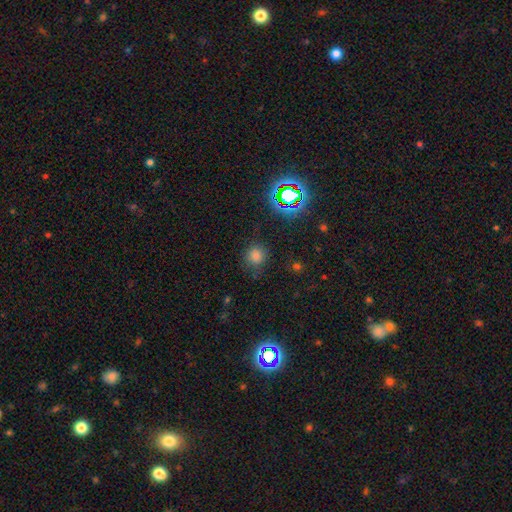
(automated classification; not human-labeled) Smooth or featured: smooth — 70% (star or artifact — 23%)
How rounded: round — 87% (in between — 12%)
Merging: none — 79% (minor disturbance — 14%)